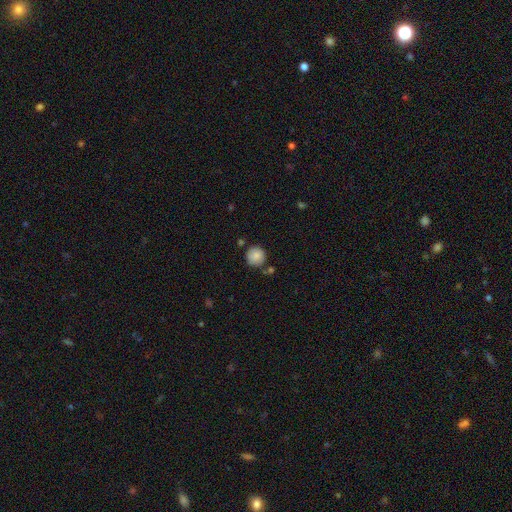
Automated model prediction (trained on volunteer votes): smooth_or_featured: smooth (p=0.85) [alt: star or artifact p=0.08]
how_rounded: round (p=0.94) [alt: in between p=0.05]
merging: none (p=0.76) [alt: minor disturbance p=0.14]